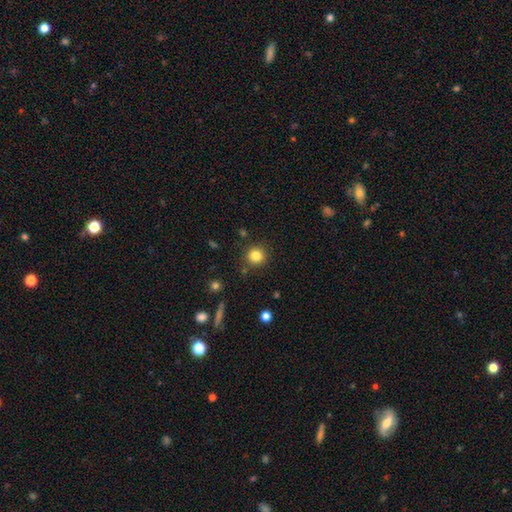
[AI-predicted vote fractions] Morphology: type=smooth (83%); roundness=round (92%); merging=none (86%).